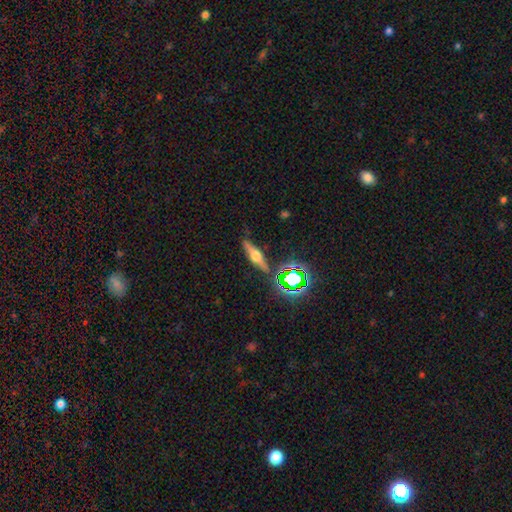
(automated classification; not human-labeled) This appears to be a featured or disk galaxy (62%) viewed edge-on (95%) with a rounded central bulge (92%). Merging: none (84%).